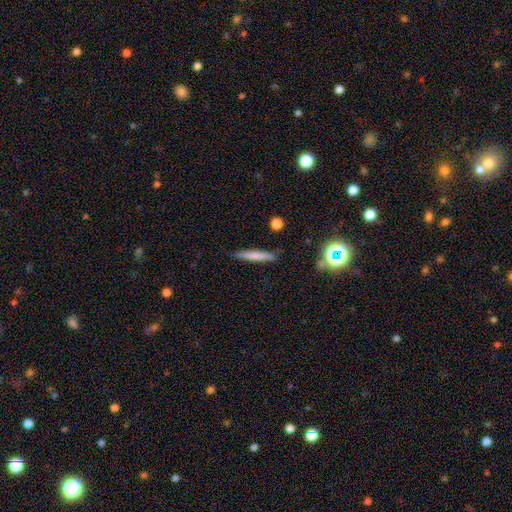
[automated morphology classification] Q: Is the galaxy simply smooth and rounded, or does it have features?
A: smooth — 69%.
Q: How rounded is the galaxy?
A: cigar-shaped — 93%.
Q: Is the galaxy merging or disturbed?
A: none — 85%.